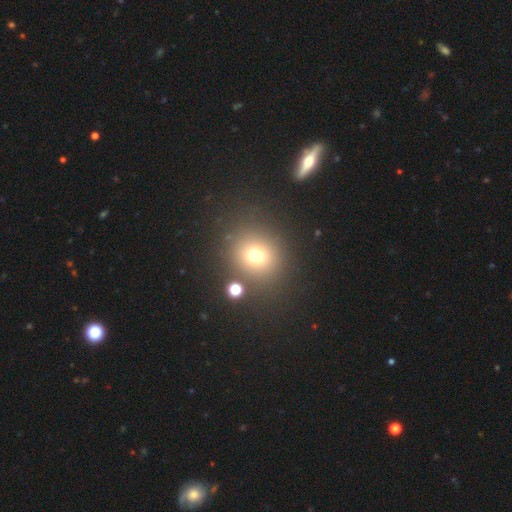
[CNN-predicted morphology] Smooth or featured?
  - smooth: 71% *
  - star or artifact: 19%
  - featured or disk: 10%
How rounded?
  - round: 84% *
  - in between: 15%
  - cigar-shaped: 1%
Merging?
  - none: 80% *
  - minor disturbance: 9%
  - merger: 6%
  - major disturbance: 5%